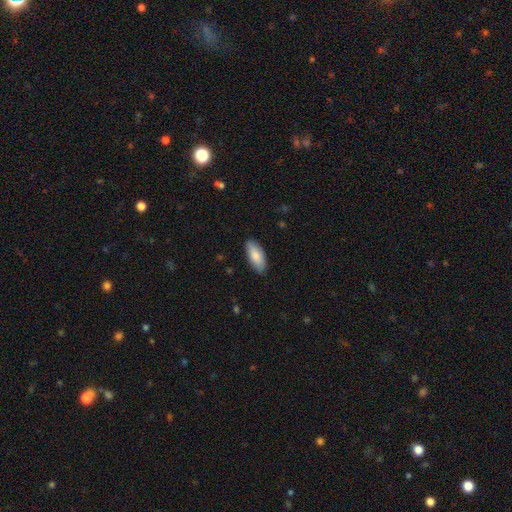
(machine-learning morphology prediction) The model was most divided on "how rounded": in between: 83%, cigar-shaped: 15%, round: 2%. More confident: merging — none (86%); smooth or featured — smooth (84%).